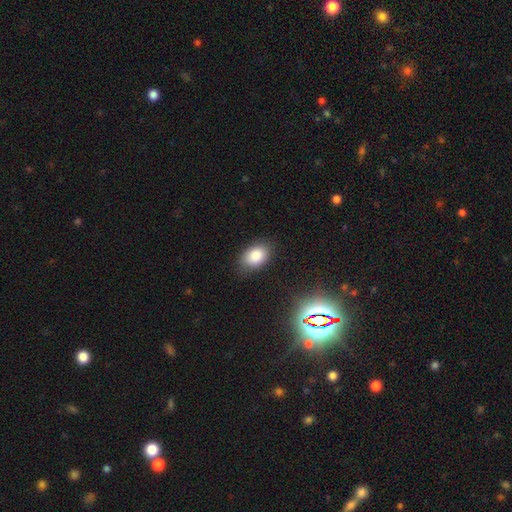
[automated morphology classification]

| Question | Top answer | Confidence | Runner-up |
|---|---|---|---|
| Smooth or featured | smooth | 84% | star or artifact (10%) |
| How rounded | in between | 87% | round (11%) |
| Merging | none | 83% | minor disturbance (13%) |